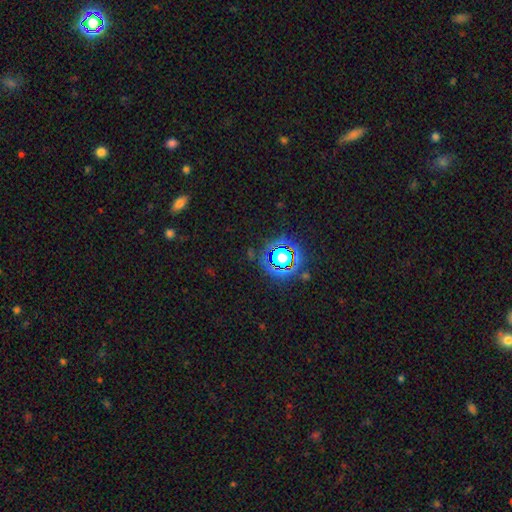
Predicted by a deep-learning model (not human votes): Smooth or featured?
  - star or artifact: 76% *
  - smooth: 15%
  - featured or disk: 9%